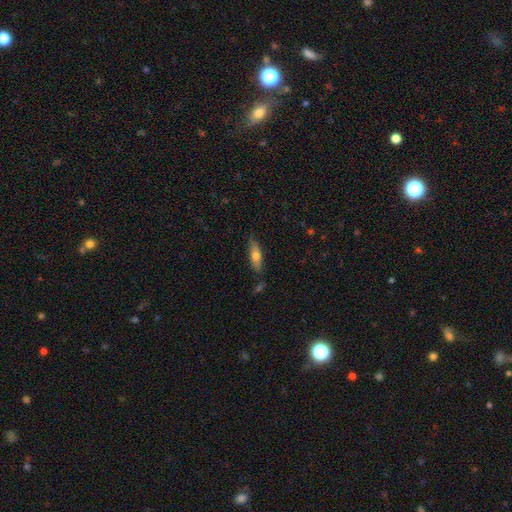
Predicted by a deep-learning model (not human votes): Smooth or featured?
  - smooth: 63% *
  - featured or disk: 30%
  - star or artifact: 7%
How rounded?
  - cigar-shaped: 51% *
  - in between: 46%
  - round: 2%
Merging?
  - none: 81% *
  - minor disturbance: 14%
  - merger: 3%
  - major disturbance: 3%